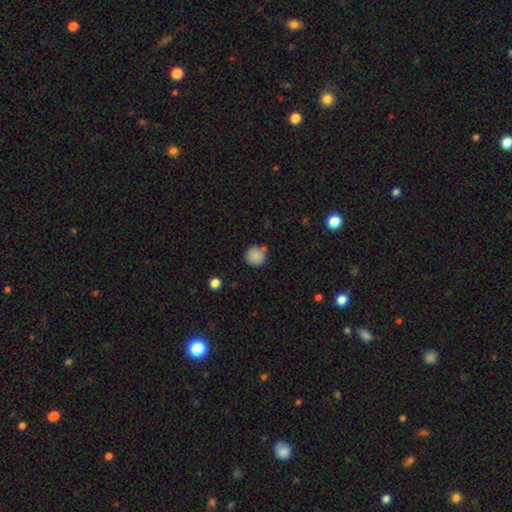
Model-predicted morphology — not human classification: This appears to be a smooth galaxy with no disk features (85%) that is round (92%). Merging: none (74%).